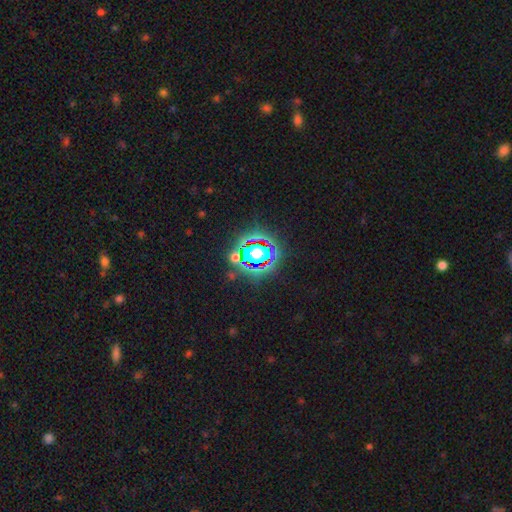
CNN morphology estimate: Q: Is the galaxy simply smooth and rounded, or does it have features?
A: star or artifact — 73%.